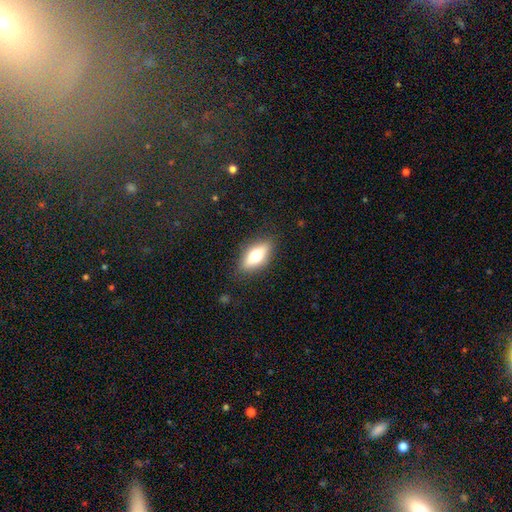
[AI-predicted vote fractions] Smooth or featured?
  - smooth: 61% *
  - featured or disk: 31%
  - star or artifact: 8%
How rounded?
  - in between: 74% *
  - cigar-shaped: 22%
  - round: 4%
Merging?
  - none: 85% *
  - minor disturbance: 11%
  - major disturbance: 3%
  - merger: 1%